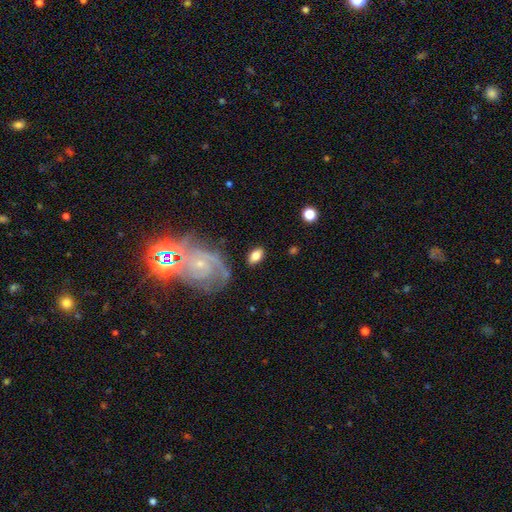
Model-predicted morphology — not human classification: smooth-or-featured: smooth: 67% | featured or disk: 26% | star or artifact: 7%
  how-rounded: in between: 90% | round: 7% | cigar-shaped: 4%
  merging: none: 78% | minor disturbance: 14% | major disturbance: 5% | merger: 4%